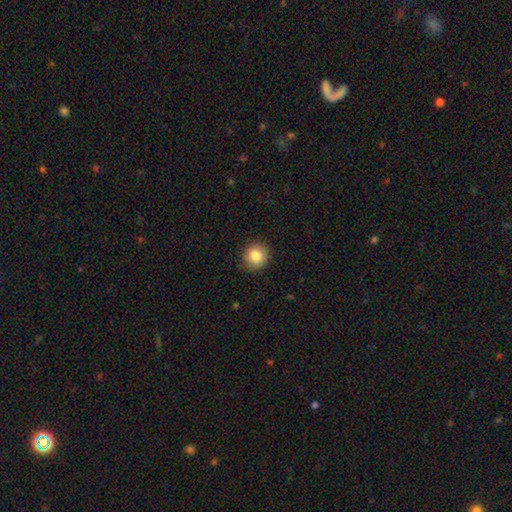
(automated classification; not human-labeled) Smooth or featured? Predicted: smooth (p=0.86). How rounded? Predicted: round (p=0.90). Merging? Predicted: none (p=0.89).